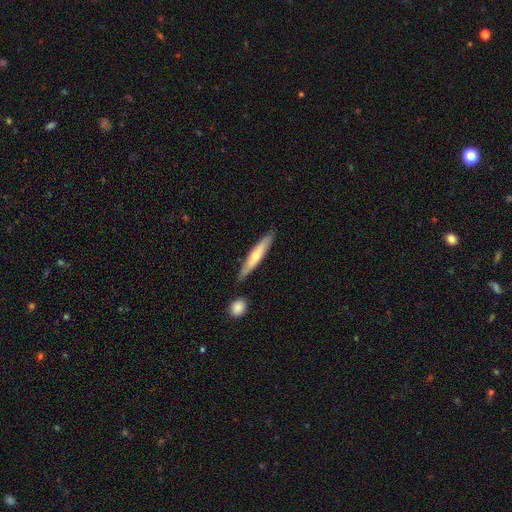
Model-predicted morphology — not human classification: Smooth or featured? Predicted: smooth (p=0.50). How rounded? Predicted: cigar-shaped (p=0.91). Merging? Predicted: none (p=0.83).